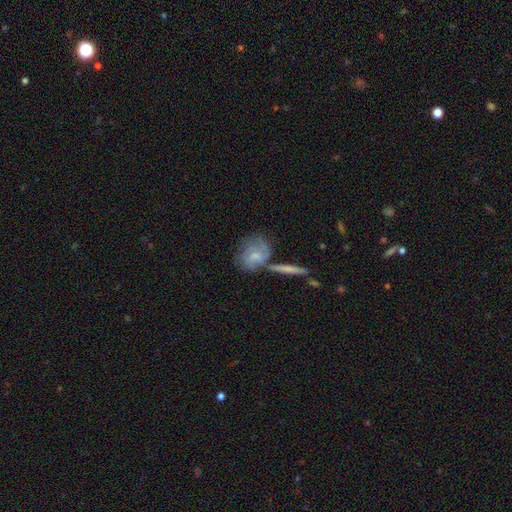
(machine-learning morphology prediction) smooth-or-featured: featured or disk: 55% | smooth: 38% | star or artifact: 7%
  disk-edge-on: no: 92% | yes: 8%
    bar: no: 64% | weak: 30% | strong: 6%
    has-spiral-arms: yes: 77% | no: 23%
    bulge-size: small: 40% | moderate: 34% | none: 20% | large: 4% | dominant: 2%
  merging: none: 50% | minor disturbance: 19% | merger: 19% | major disturbance: 11%